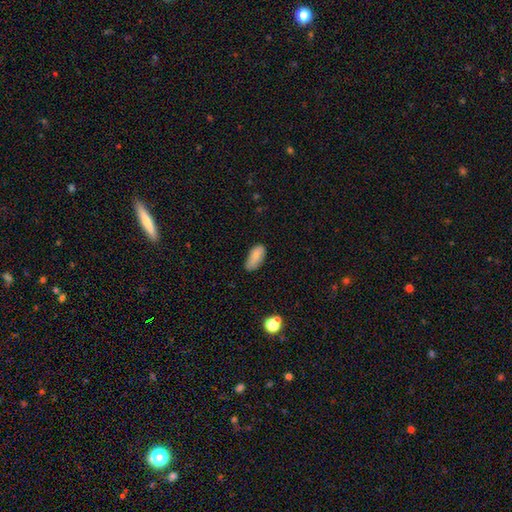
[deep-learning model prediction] Overall: smooth (83%). How rounded: in between (87%). Merging: none (61%; minor disturbance 31%).